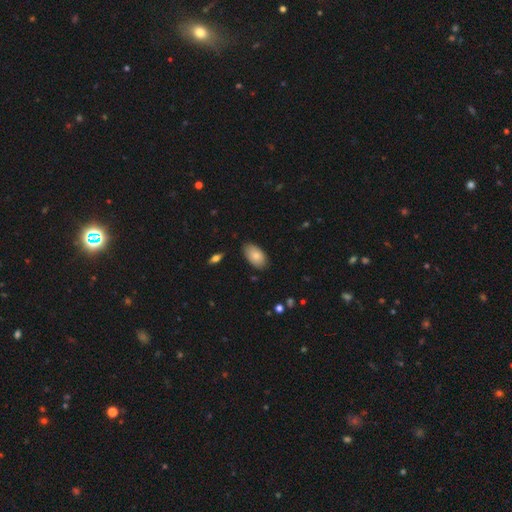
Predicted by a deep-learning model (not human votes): smooth 79%, featured or disk 14%, star or artifact 7%. Down the decision tree: how rounded — in between (94%); merging — none (82%).